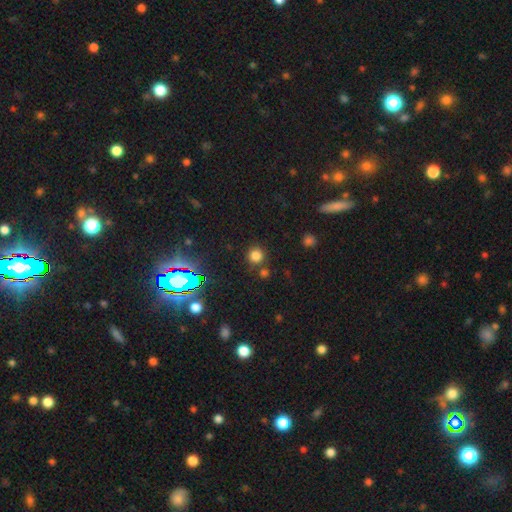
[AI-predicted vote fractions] Q: Smooth or featured?
A: smooth (74%); runner-up: star or artifact (20%)
Q: How rounded?
A: round (93%); runner-up: in between (6%)
Q: Merging?
A: none (78%); runner-up: merger (10%)